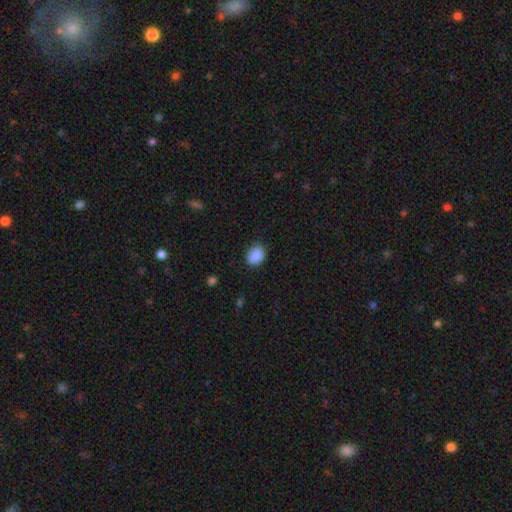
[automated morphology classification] Smooth or featured? smooth (89%)
How rounded? in between (55%)
Merging? none (84%)